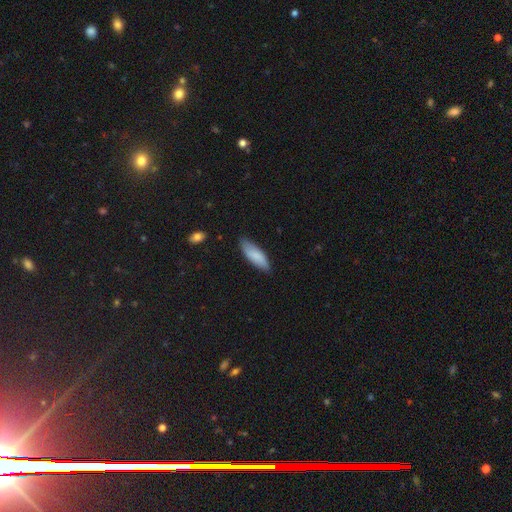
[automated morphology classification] Smooth or featured: smooth — 83% (featured or disk — 11%)
How rounded: in between — 59% (cigar-shaped — 40%)
Merging: none — 78% (minor disturbance — 18%)